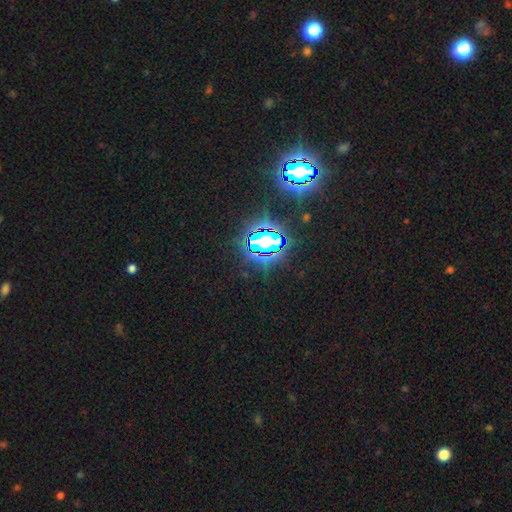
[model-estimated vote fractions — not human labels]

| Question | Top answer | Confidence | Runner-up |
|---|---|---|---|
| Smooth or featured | star or artifact | 82% | smooth (11%) |